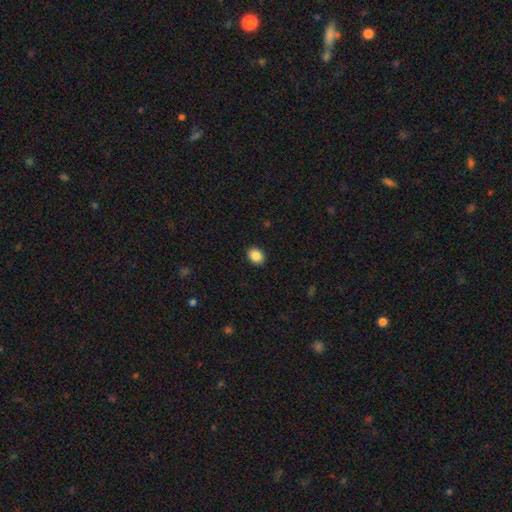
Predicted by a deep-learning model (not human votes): smooth_or_featured: smooth (p=0.87) [alt: star or artifact p=0.08]
how_rounded: in between (p=0.54) [alt: round p=0.45]
merging: none (p=0.91) [alt: minor disturbance p=0.06]